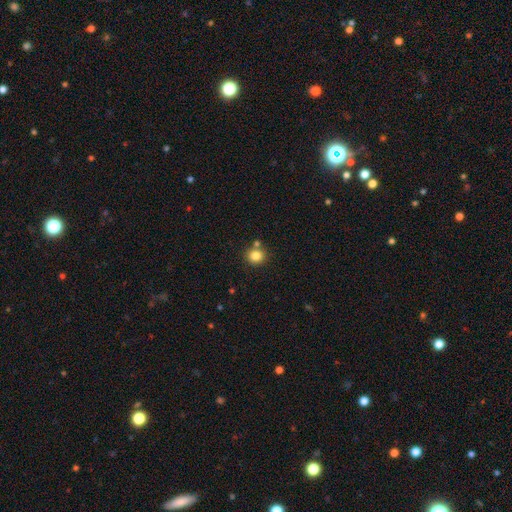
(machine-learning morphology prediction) Smooth or featured? smooth (83%)
How rounded? round (84%)
Merging? none (73%)